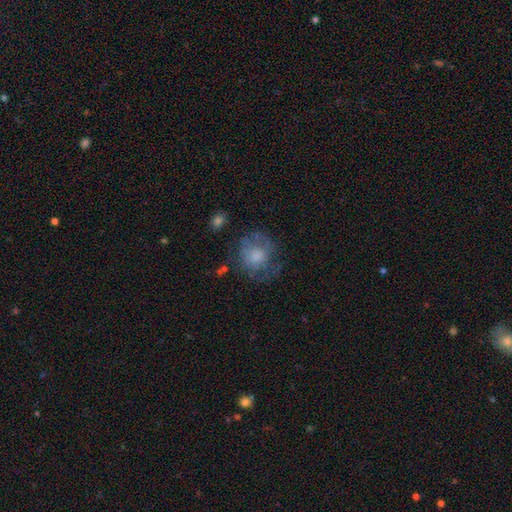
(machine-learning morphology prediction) A smooth galaxy with no disk features (52%) that is round (76%). Merging: none (50%).